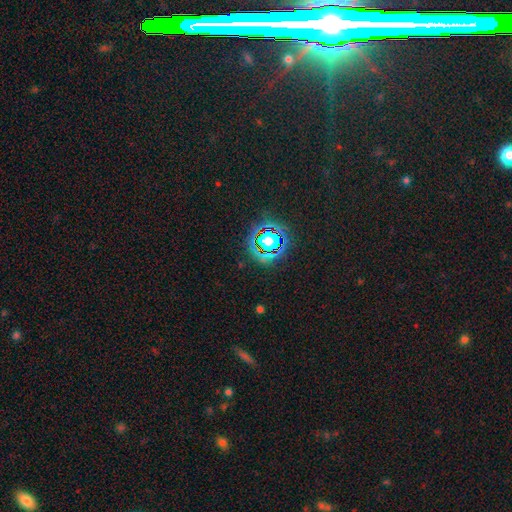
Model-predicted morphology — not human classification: Smooth or featured? star or artifact (81%)